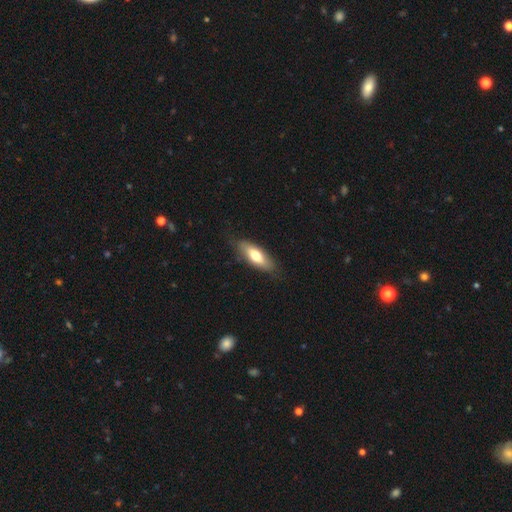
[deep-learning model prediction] Smooth or featured? Predicted: smooth (p=0.67). How rounded? Predicted: in between (p=0.67). Merging? Predicted: none (p=0.79).